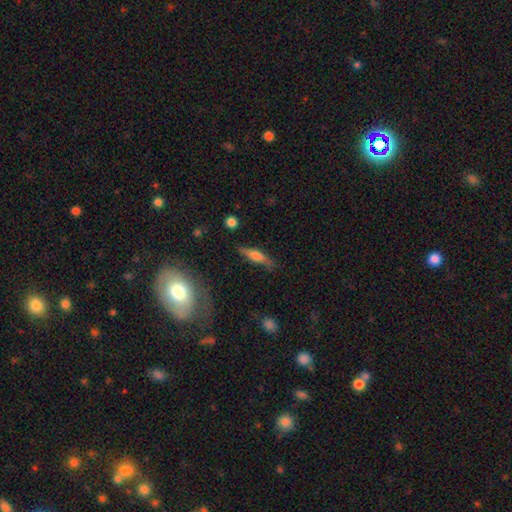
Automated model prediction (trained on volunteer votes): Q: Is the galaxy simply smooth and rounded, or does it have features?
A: smooth — 47%.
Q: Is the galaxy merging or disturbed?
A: none — 81%.